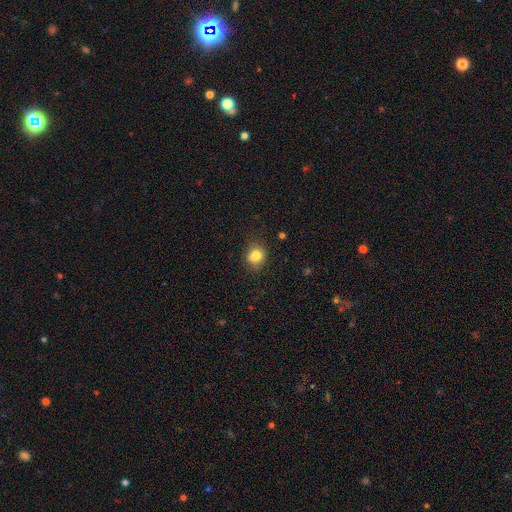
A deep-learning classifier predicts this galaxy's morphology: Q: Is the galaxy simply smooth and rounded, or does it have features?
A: smooth — 83%.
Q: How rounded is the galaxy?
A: round — 68%.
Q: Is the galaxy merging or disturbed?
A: none — 81%.